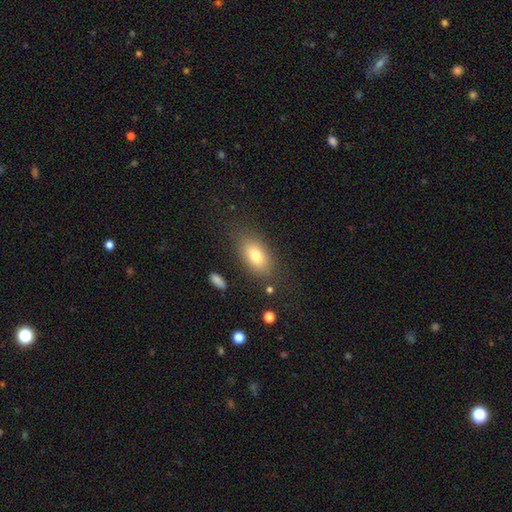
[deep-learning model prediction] smooth_or_featured: smooth (p=0.76) [alt: featured or disk p=0.14]
how_rounded: in between (p=0.87) [alt: round p=0.10]
merging: none (p=0.80) [alt: minor disturbance p=0.12]